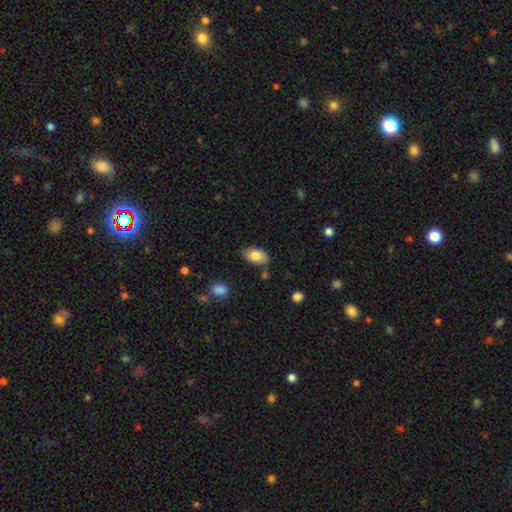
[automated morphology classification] A smooth galaxy with no disk features (82%) that is in between round and cigar-shaped (94%). Merging: none (80%).